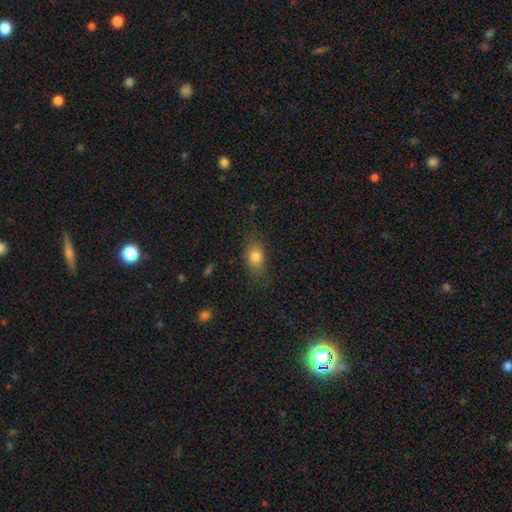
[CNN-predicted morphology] smooth-or-featured: smooth: 79% | featured or disk: 10% | star or artifact: 10%
  how-rounded: in between: 77% | round: 19% | cigar-shaped: 4%
  merging: none: 76% | minor disturbance: 17% | major disturbance: 6% | merger: 1%